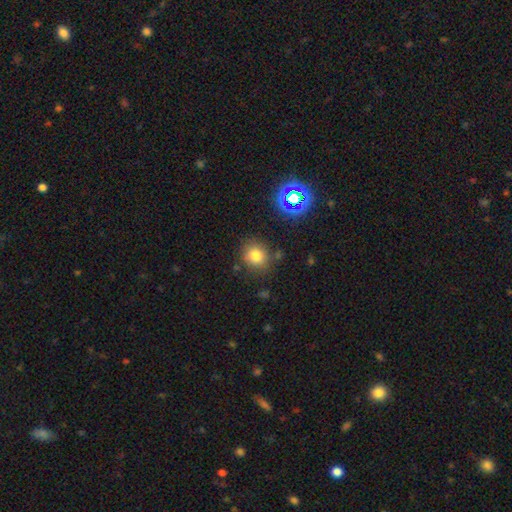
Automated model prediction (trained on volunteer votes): A smooth galaxy with no disk features (78%) that is round (79%). Merging: none (81%).